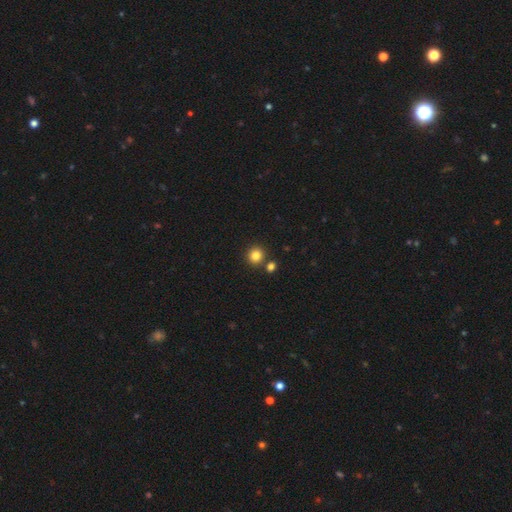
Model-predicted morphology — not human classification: Overall: smooth (83%). How rounded: round (91%). Merging: none (81%).